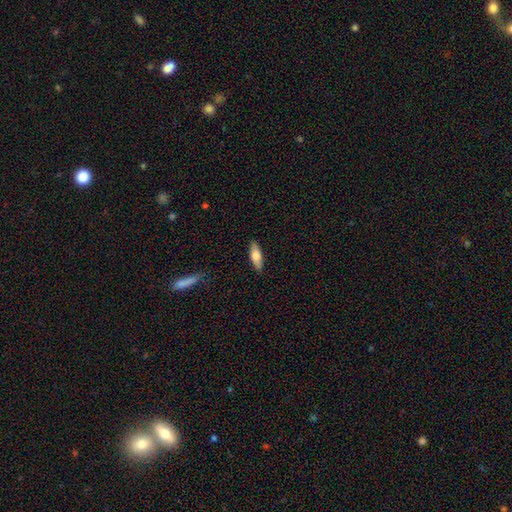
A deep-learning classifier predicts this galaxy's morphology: smooth_or_featured: smooth (p=0.69) [alt: featured or disk p=0.25]
how_rounded: in between (p=0.58) [alt: cigar-shaped p=0.40]
merging: none (p=0.88) [alt: minor disturbance p=0.09]